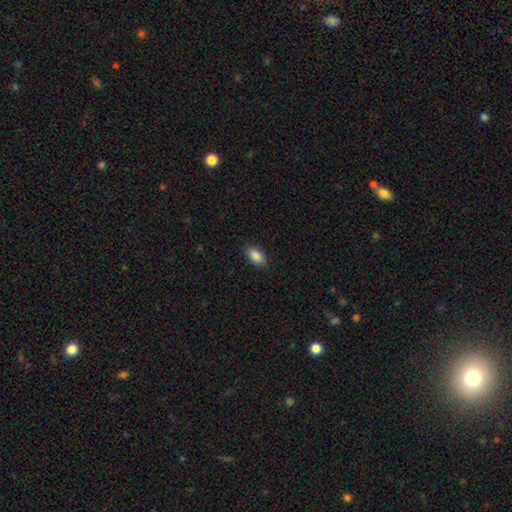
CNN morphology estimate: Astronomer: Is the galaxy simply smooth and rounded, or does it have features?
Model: smooth — 88%.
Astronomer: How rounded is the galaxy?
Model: in between — 92%.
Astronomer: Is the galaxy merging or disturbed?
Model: none — 87%.